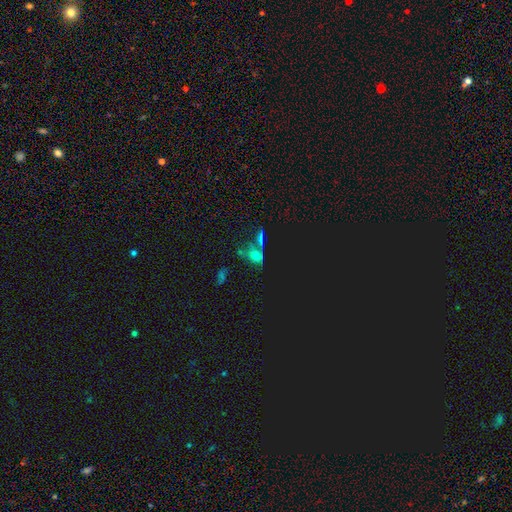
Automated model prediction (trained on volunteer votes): Smooth or featured? Predicted: smooth (p=0.45). Merging? Predicted: none (p=0.45).